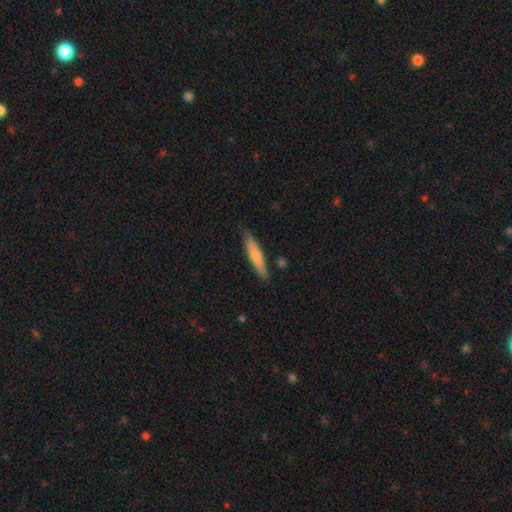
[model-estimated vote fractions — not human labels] Smooth or featured? Predicted: smooth (p=0.70). How rounded? Predicted: cigar-shaped (p=0.87). Merging? Predicted: none (p=0.83).